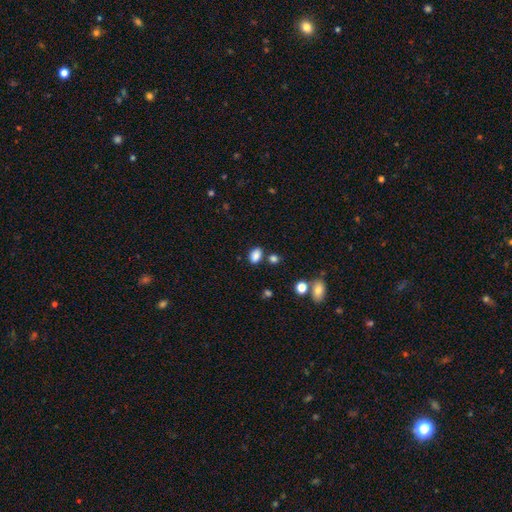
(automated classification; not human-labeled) Smooth or featured? smooth (85%)
How rounded? in between (82%)
Merging? none (75%)